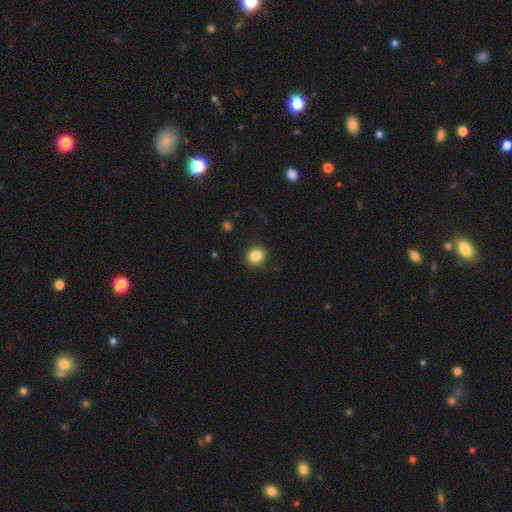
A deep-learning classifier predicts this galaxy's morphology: This is clearly a smooth galaxy (86%). How rounded: likely round (77%). Merging: clearly none (89%).